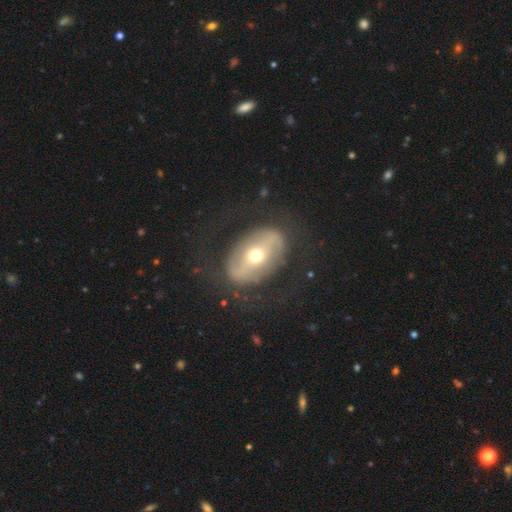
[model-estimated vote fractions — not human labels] Smooth or featured? Predicted: featured or disk (p=0.68). Edge-on disk? Predicted: no (p=0.91). Bar? Predicted: strong (p=0.52). Spiral arms? Predicted: no (p=0.60). Bulge size? Predicted: moderate (p=0.70). Merging? Predicted: none (p=0.78).